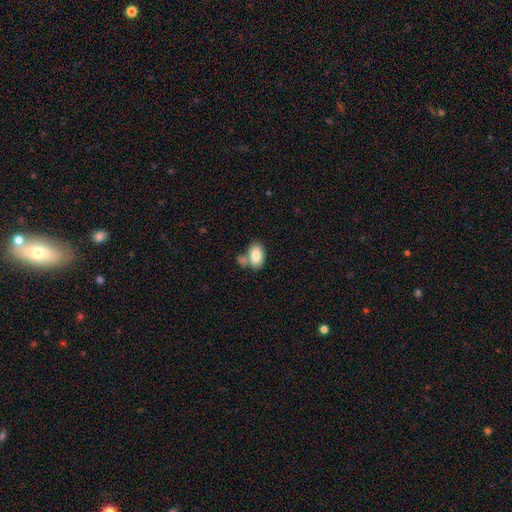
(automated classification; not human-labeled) Q: Smooth or featured?
A: smooth (83%); runner-up: featured or disk (10%)
Q: How rounded?
A: in between (90%); runner-up: round (8%)
Q: Merging?
A: none (52%); runner-up: merger (27%)